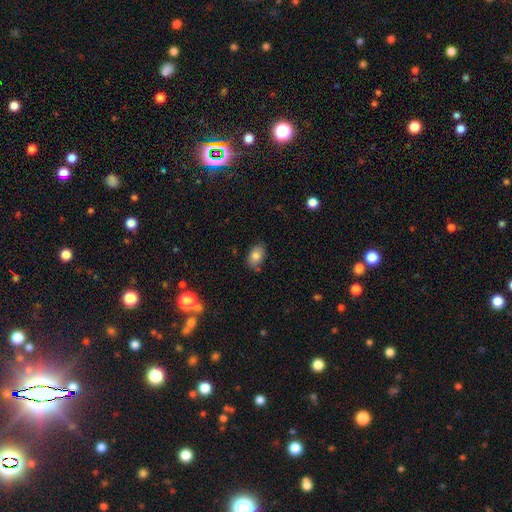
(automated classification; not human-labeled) smooth_or_featured: smooth (p=0.81) [alt: featured or disk p=0.10]
how_rounded: in between (p=0.86) [alt: round p=0.13]
merging: none (p=0.73) [alt: minor disturbance p=0.20]